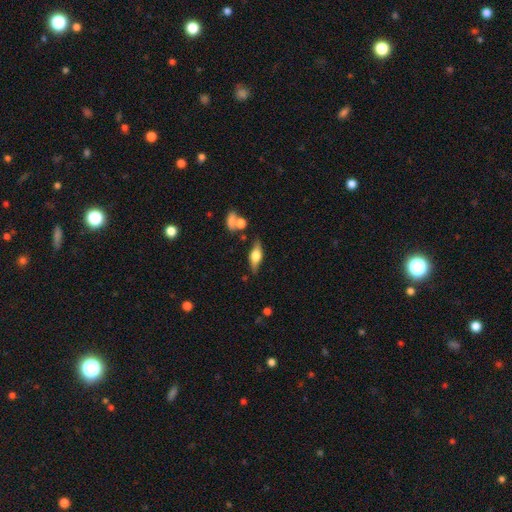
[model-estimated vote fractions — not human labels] smooth-or-featured: featured or disk: 57% | smooth: 35% | star or artifact: 7%
  disk-edge-on: yes: 92% | no: 8%
    edge-on-bulge: rounded: 92% | boxy: 7% | none: 2%
  merging: none: 78% | minor disturbance: 13% | merger: 5% | major disturbance: 4%